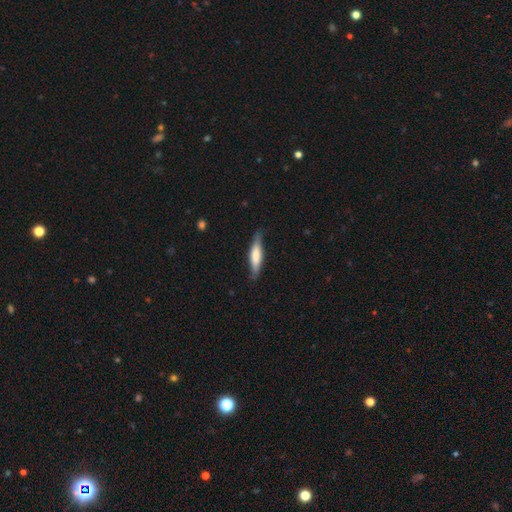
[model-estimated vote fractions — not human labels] A smooth galaxy with no disk features (59%) that is cigar-shaped (77%). Merging: none (76%).